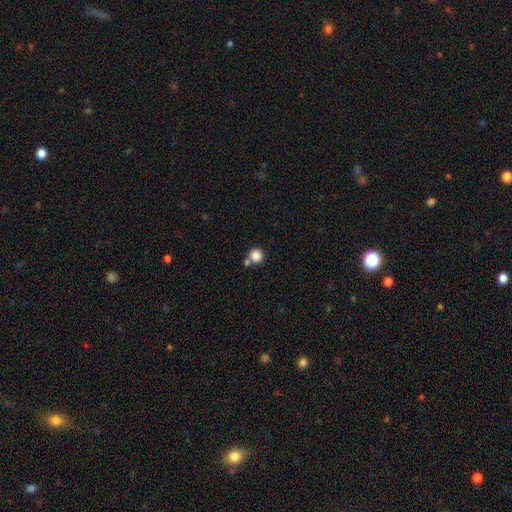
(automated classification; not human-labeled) Q: Smooth or featured?
A: smooth (85%); runner-up: star or artifact (10%)
Q: How rounded?
A: round (94%); runner-up: in between (5%)
Q: Merging?
A: none (67%); runner-up: merger (23%)